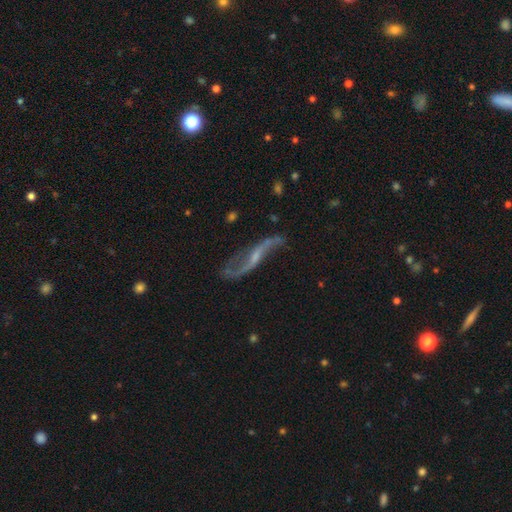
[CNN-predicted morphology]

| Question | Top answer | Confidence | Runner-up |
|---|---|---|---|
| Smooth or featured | featured or disk | 87% | smooth (7%) |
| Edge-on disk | no | 84% | yes (16%) |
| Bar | weak | 42% | no (37%) |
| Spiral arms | yes | 94% | no (6%) |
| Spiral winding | loose | 90% | medium (7%) |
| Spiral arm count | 2 | 92% | 1 (3%) |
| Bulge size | small | 57% | moderate (22%) |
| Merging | none | 66% | minor disturbance (18%) |